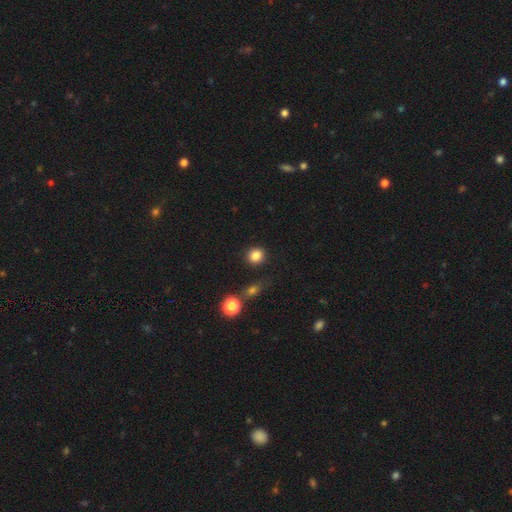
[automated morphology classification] A smooth galaxy with no disk features (84%) that is round (85%). Merging: none (85%).